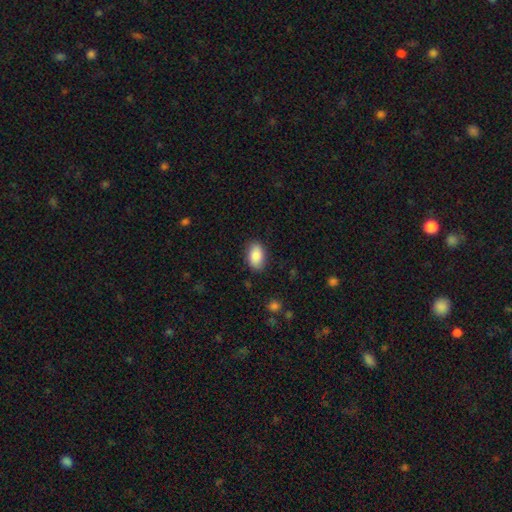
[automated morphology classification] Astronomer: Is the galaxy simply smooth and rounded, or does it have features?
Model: smooth — 87%.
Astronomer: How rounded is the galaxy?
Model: in between — 91%.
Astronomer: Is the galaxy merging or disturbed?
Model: none — 85%.